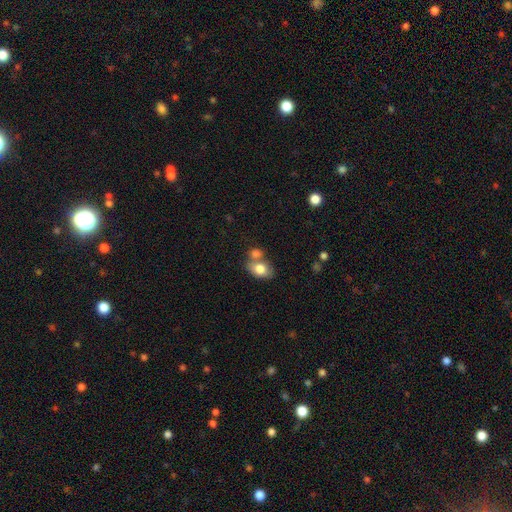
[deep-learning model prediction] A smooth galaxy with no disk features (73%) that is in between round and cigar-shaped (71%). Merging: none (43%).